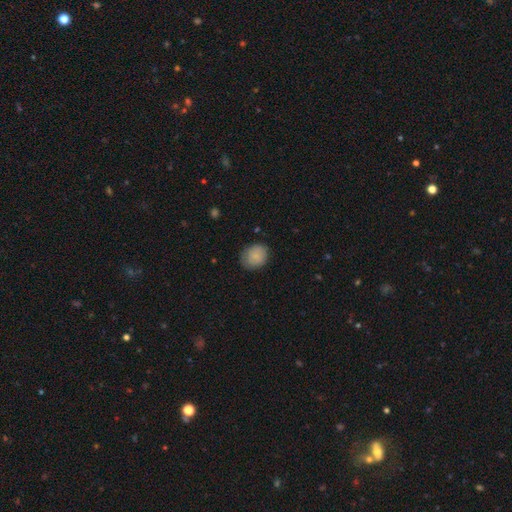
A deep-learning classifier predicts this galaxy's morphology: smooth 84%, featured or disk 9%, star or artifact 8%. Down the decision tree: how rounded — round (58%); merging — none (77%).